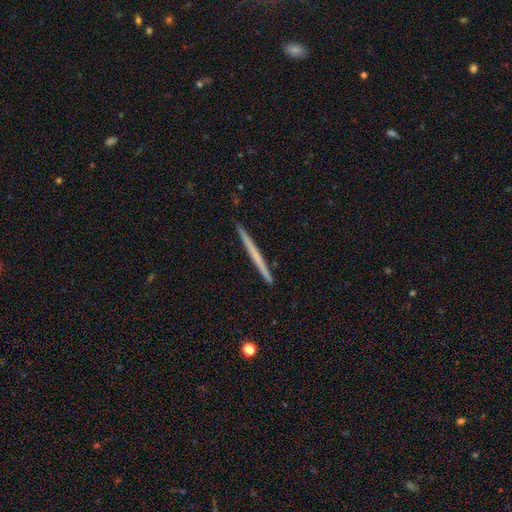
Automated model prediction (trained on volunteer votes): Smooth or featured?
  - featured or disk: 49% *
  - smooth: 46%
  - star or artifact: 5%
Merging?
  - none: 93% *
  - minor disturbance: 5%
  - merger: 1%
  - major disturbance: 1%